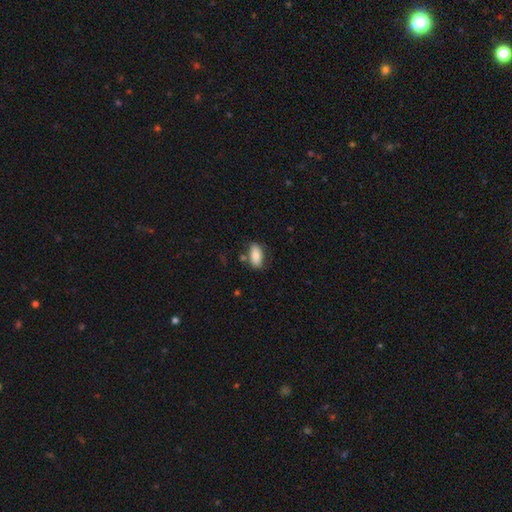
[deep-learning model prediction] A smooth galaxy with no disk features (77%) that is in between round and cigar-shaped (90%).

Vote fractions:
- Smooth or featured? smooth: 77% / featured or disk: 16% / star or artifact: 7%
- How rounded? in between: 90% / cigar-shaped: 7% / round: 3%
- Merging? none: 73% / minor disturbance: 16% / merger: 7% / major disturbance: 4%